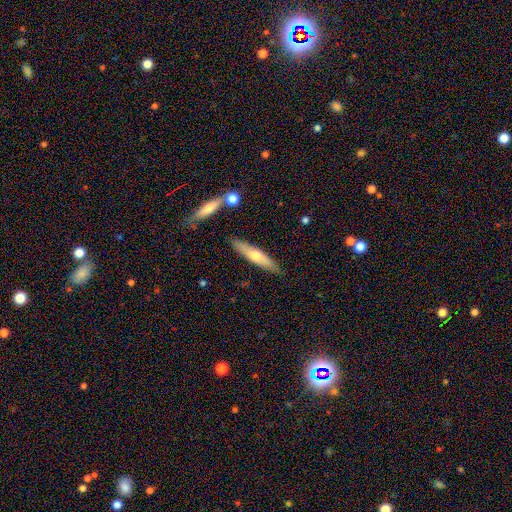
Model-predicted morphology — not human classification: This is possibly a smooth galaxy (53%). How rounded: clearly cigar-shaped (84%). Merging: clearly none (85%).